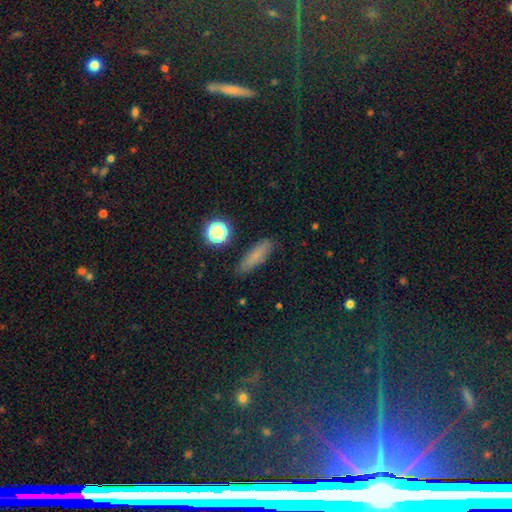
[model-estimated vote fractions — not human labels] The model was most divided on "how rounded": cigar-shaped: 56%, in between: 37%, round: 6%. More confident: merging — none (85%); smooth or featured — smooth (73%).